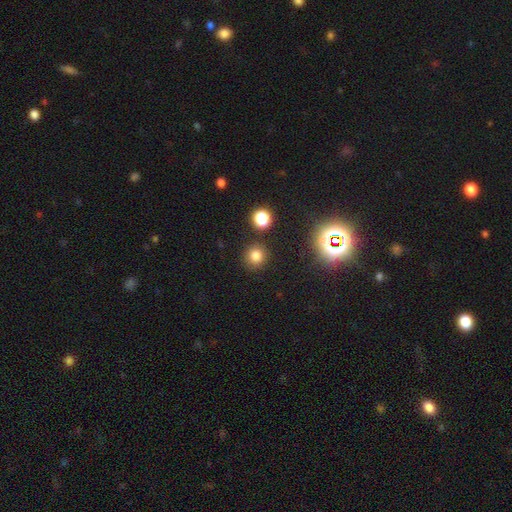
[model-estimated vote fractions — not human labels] smooth_or_featured: smooth (p=0.77) [alt: star or artifact p=0.18]
how_rounded: round (p=0.88) [alt: in between p=0.11]
merging: none (p=0.86) [alt: minor disturbance p=0.07]